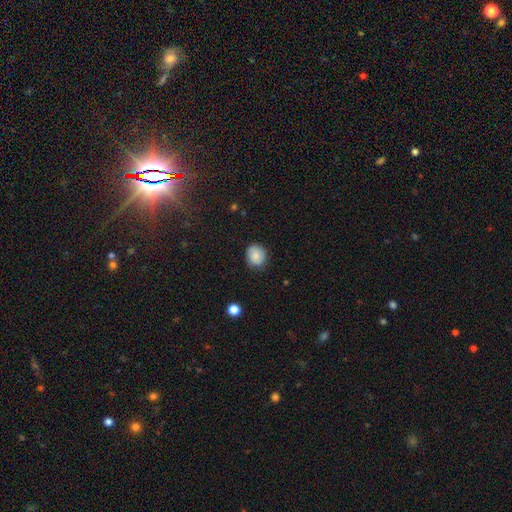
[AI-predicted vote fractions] smooth-or-featured: smooth: 77% | featured or disk: 15% | star or artifact: 9%
  how-rounded: round: 76% | in between: 23% | cigar-shaped: 1%
  merging: none: 82% | minor disturbance: 14% | major disturbance: 3% | merger: 1%